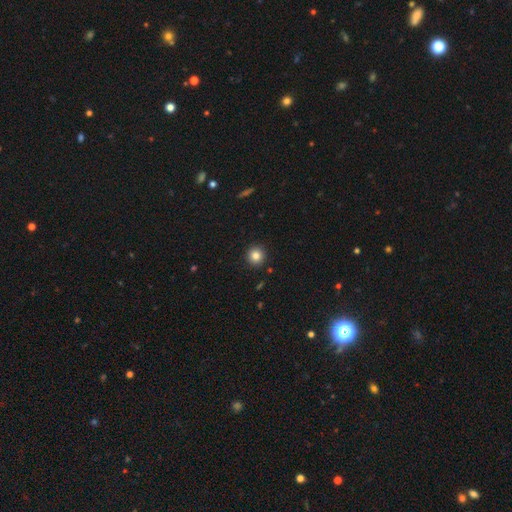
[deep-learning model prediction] Smooth or featured?
  - smooth: 83% *
  - star or artifact: 11%
  - featured or disk: 6%
How rounded?
  - round: 94% *
  - in between: 5%
  - cigar-shaped: 1%
Merging?
  - none: 92% *
  - minor disturbance: 5%
  - major disturbance: 2%
  - merger: 1%